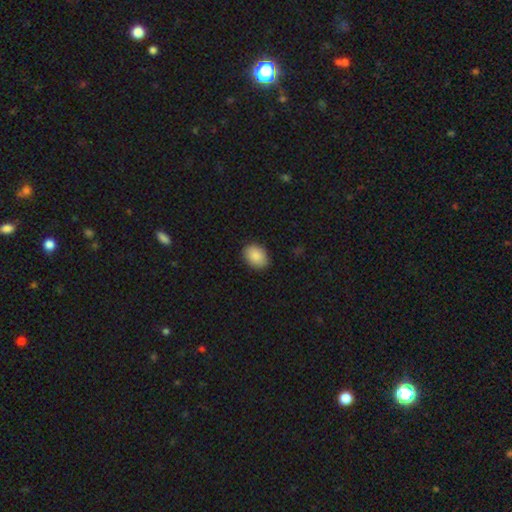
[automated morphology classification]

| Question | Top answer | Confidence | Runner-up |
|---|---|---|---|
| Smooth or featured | smooth | 89% | star or artifact (7%) |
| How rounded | in between | 75% | round (24%) |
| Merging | none | 87% | minor disturbance (9%) |